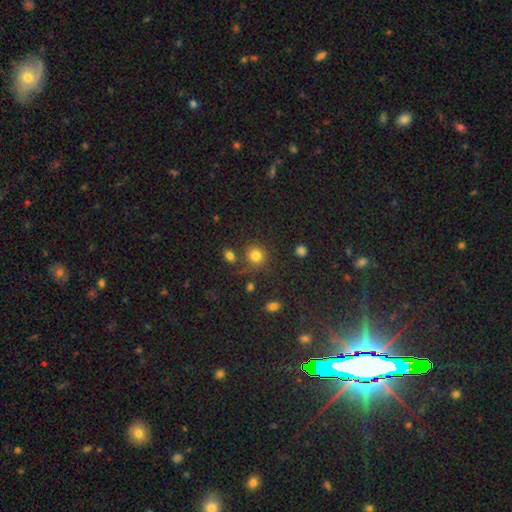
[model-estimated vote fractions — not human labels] This is likely a smooth galaxy (80%). How rounded: clearly round (84%). Merging: likely none (73%).